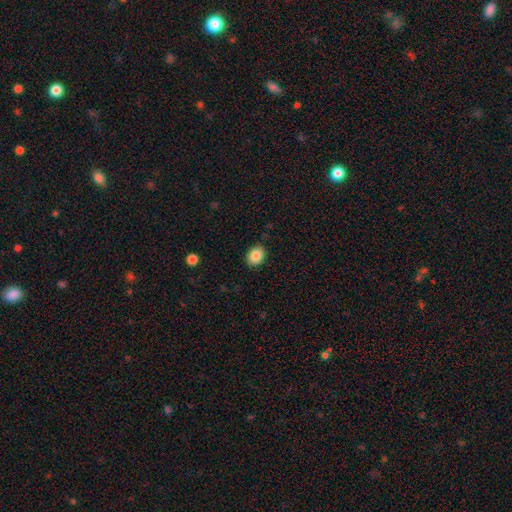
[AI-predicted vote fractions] Morphology: type=smooth (86%); roundness=in between (54%); merging=none (87%).